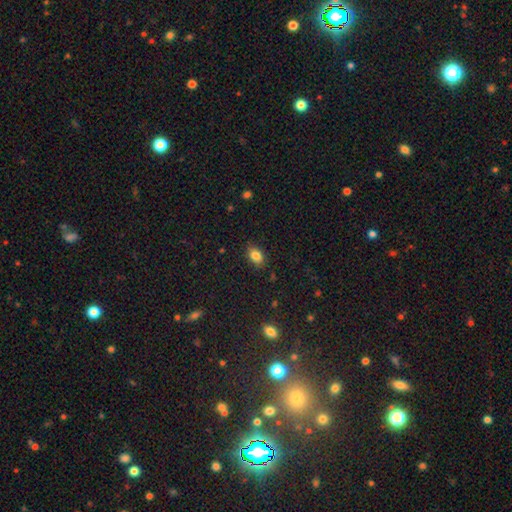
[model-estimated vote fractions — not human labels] smooth 83%, star or artifact 10%, featured or disk 7%. Down the decision tree: how rounded — in between (82%); merging — none (85%).